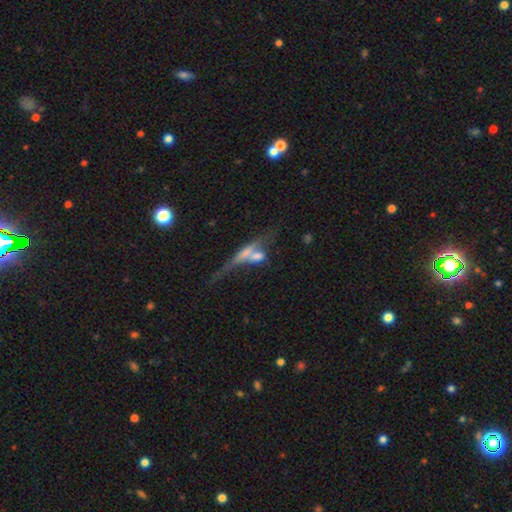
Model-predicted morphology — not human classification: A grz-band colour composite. It shows a featured or disk galaxy (46%). Merging: merger (51%).